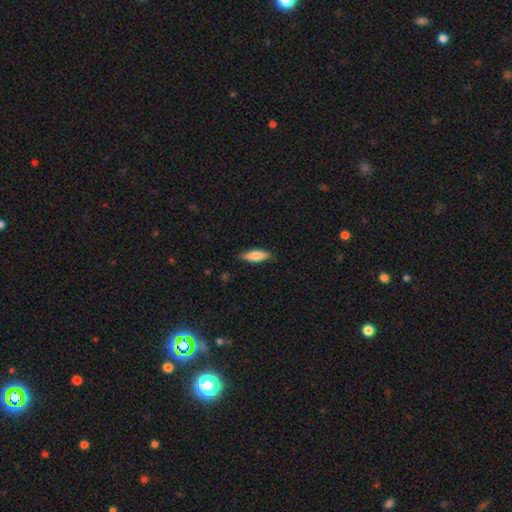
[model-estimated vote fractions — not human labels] smooth-or-featured: smooth: 78% | featured or disk: 16% | star or artifact: 6%
  how-rounded: in between: 53% | cigar-shaped: 45% | round: 2%
  merging: none: 82% | minor disturbance: 15% | major disturbance: 2% | merger: 1%